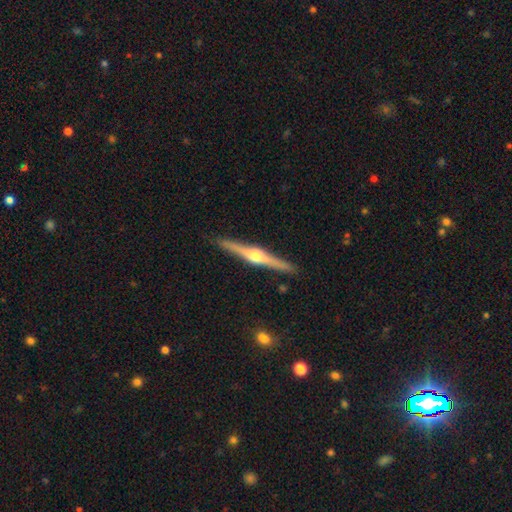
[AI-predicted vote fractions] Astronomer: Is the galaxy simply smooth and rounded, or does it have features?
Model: featured or disk — 81%.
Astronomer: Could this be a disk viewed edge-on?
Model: yes — 98%.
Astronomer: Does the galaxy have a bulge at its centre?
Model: rounded — 94%.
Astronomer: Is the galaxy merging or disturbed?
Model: none — 91%.